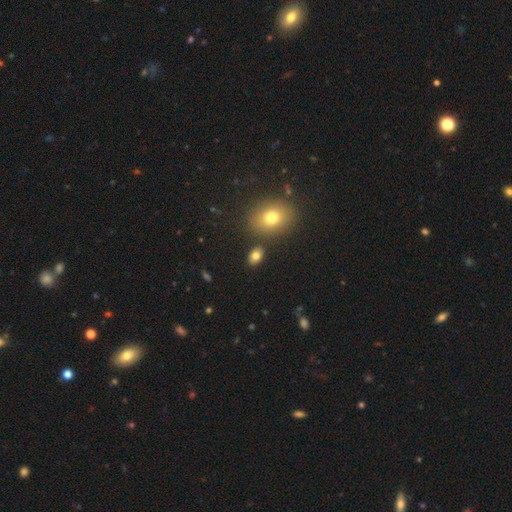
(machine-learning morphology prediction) A smooth galaxy with no disk features (79%) that is in between round and cigar-shaped (80%). Merging: none (81%).